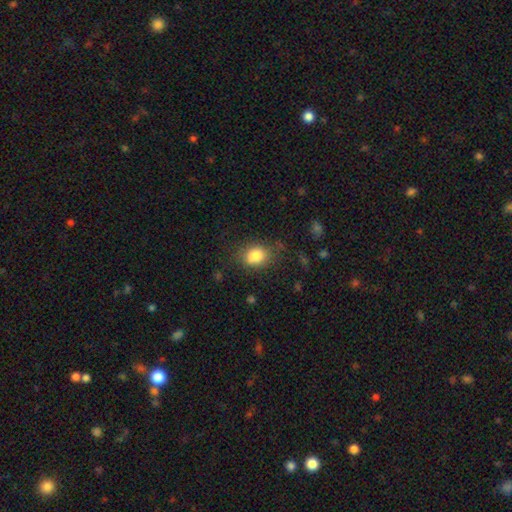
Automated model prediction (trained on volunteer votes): This appears to be a smooth galaxy with no disk features (81%) that is in between round and cigar-shaped (53%). Merging: none (68%).